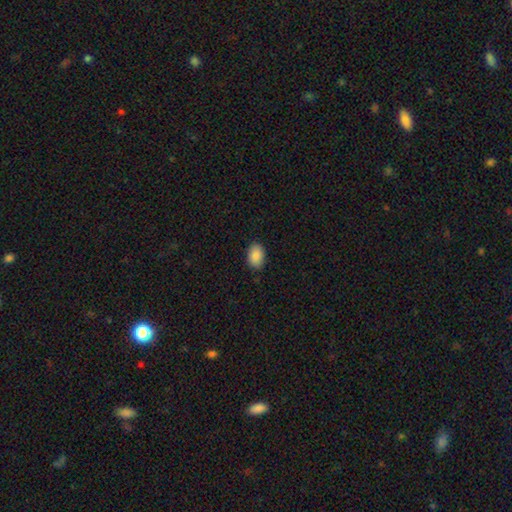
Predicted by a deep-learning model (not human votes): The model was most divided on "how rounded": in between: 88%, round: 11%, cigar-shaped: 1%. More confident: smooth or featured — smooth (89%); merging — none (88%).